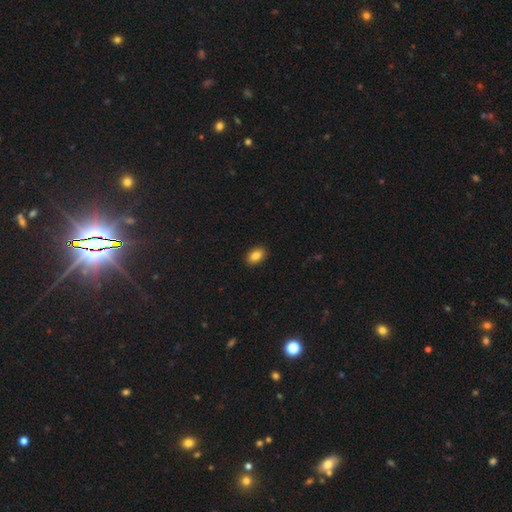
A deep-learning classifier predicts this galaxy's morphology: This appears to be a smooth galaxy with no disk features (86%) that is in between round and cigar-shaped (88%). Merging: none (91%).